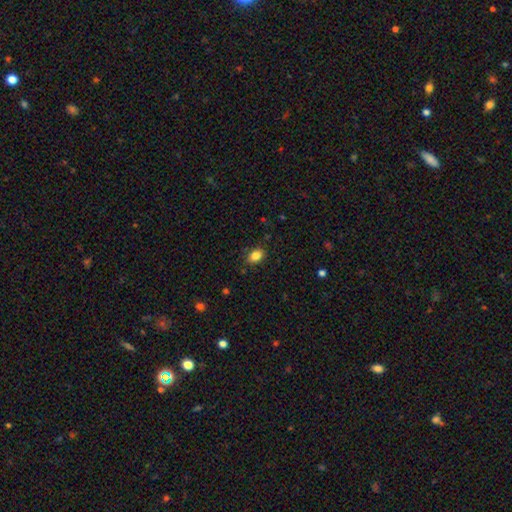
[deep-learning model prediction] The model was most divided on "how rounded": in between: 74%, round: 25%, cigar-shaped: 1%. More confident: smooth or featured — smooth (84%); merging — none (84%).